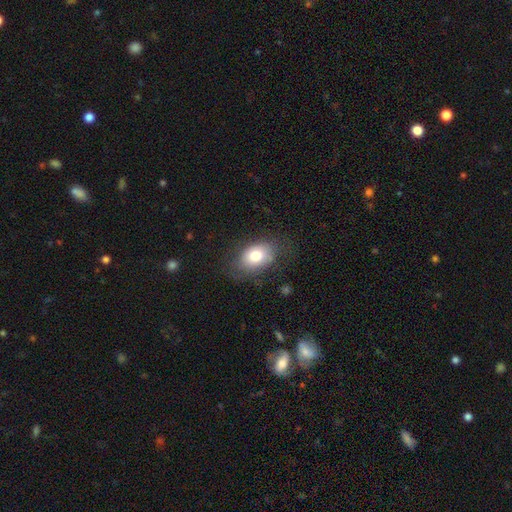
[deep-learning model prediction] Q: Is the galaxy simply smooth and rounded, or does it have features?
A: smooth — 76%.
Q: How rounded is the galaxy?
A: in between — 84%.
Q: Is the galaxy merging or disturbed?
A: none — 71%.